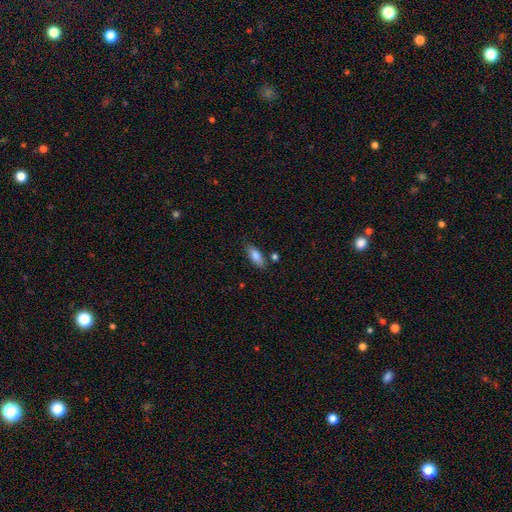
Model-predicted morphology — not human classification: Smooth or featured? Predicted: smooth (p=0.84). How rounded? Predicted: in between (p=0.76). Merging? Predicted: none (p=0.78).